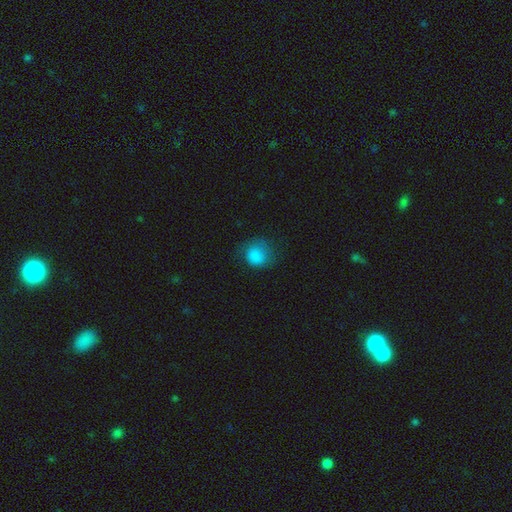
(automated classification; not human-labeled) A smooth galaxy with no disk features (83%) that is round (74%).

Vote fractions:
- Smooth or featured? smooth: 83% / star or artifact: 9% / featured or disk: 8%
- How rounded? round: 74% / in between: 25% / cigar-shaped: 1%
- Merging? none: 58% / minor disturbance: 26% / major disturbance: 14% / merger: 1%